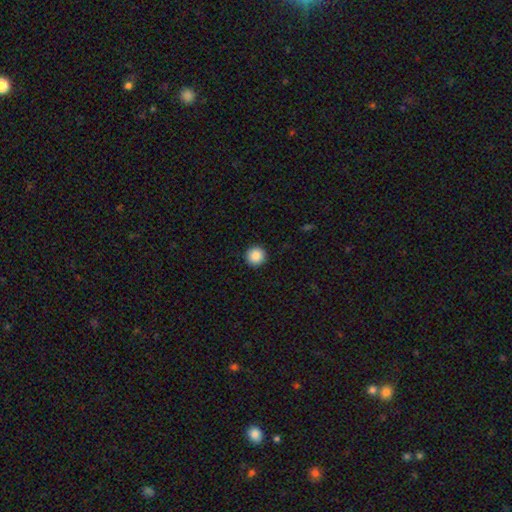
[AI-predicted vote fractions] Q: Smooth or featured?
A: smooth (88%); runner-up: star or artifact (9%)
Q: How rounded?
A: round (96%); runner-up: in between (3%)
Q: Merging?
A: none (93%); runner-up: minor disturbance (4%)